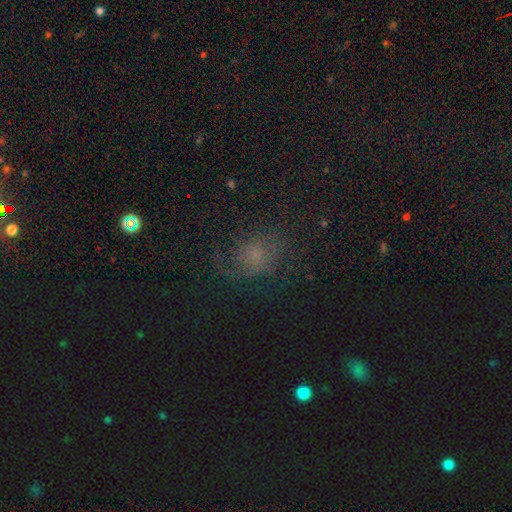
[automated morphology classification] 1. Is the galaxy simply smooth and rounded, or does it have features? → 52% smooth, 25% featured or disk, 22% star or artifact.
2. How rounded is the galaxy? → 50% round, 49% in between, 1% cigar-shaped.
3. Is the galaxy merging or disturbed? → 59% none, 21% minor disturbance, 18% major disturbance, 2% merger.